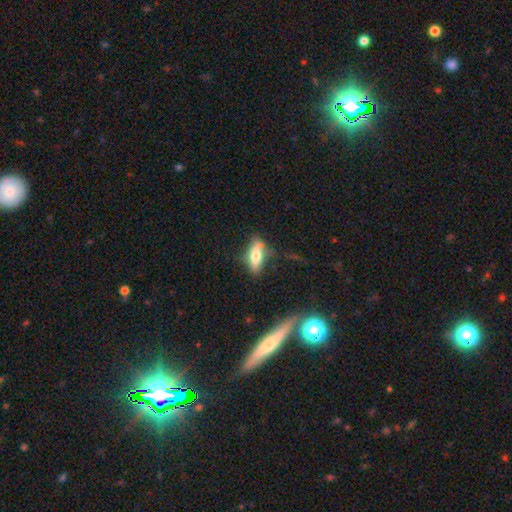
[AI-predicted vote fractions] Q: Smooth or featured?
A: smooth (65%); runner-up: featured or disk (27%)
Q: How rounded?
A: in between (63%); runner-up: cigar-shaped (34%)
Q: Merging?
A: none (60%); runner-up: minor disturbance (24%)